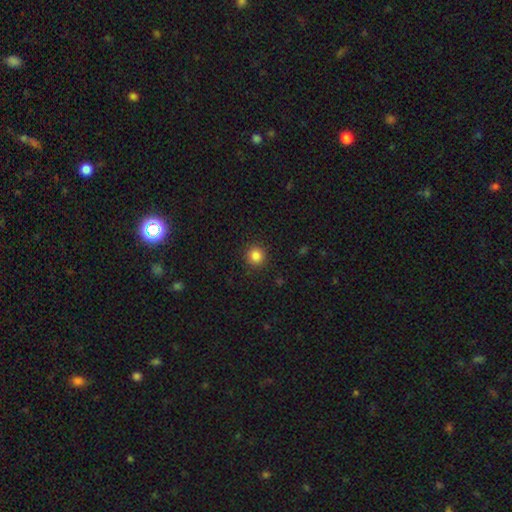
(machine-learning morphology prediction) This is clearly a smooth galaxy (85%). How rounded: clearly round (94%). Merging: clearly none (92%).